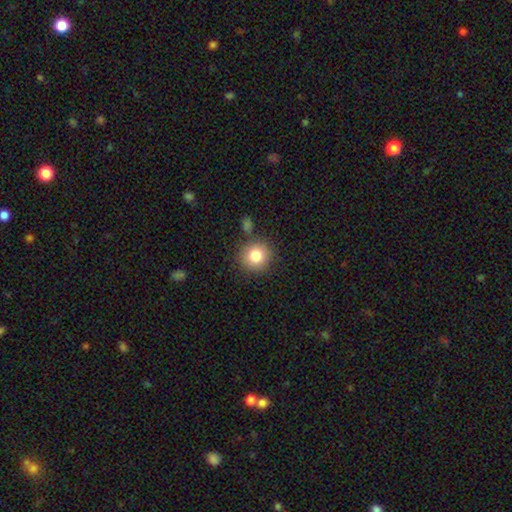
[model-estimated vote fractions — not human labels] Smooth or featured: smooth — 82% (star or artifact — 10%)
How rounded: round — 89% (in between — 10%)
Merging: none — 82% (minor disturbance — 10%)